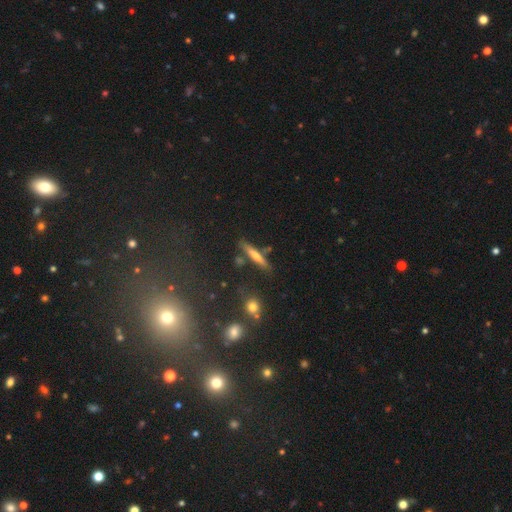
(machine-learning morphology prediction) Smooth or featured: featured or disk — 48% (smooth — 41%)
Merging: none — 82% (minor disturbance — 10%)